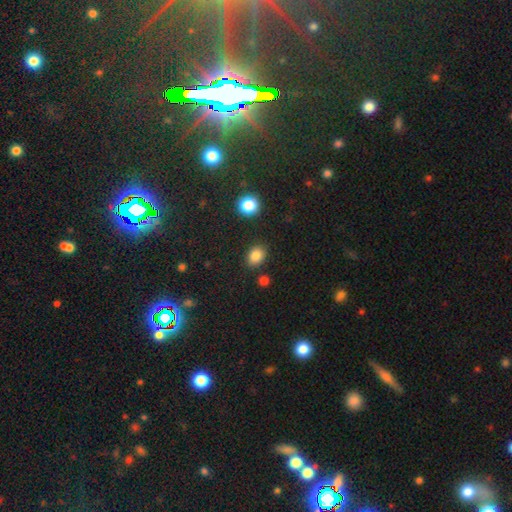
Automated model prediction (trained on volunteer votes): Smooth or featured: smooth — 84% (star or artifact — 11%)
How rounded: in between — 53% (round — 46%)
Merging: none — 84% (minor disturbance — 9%)